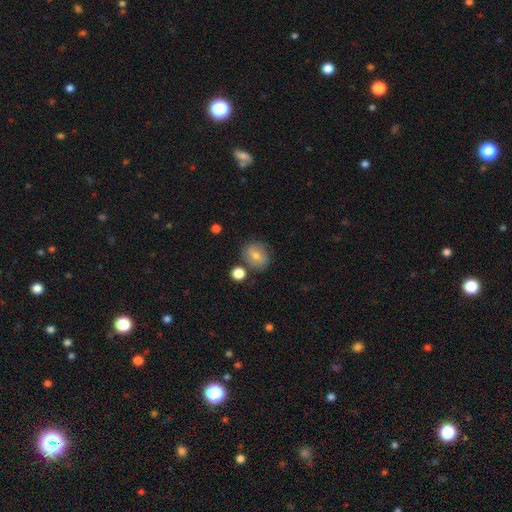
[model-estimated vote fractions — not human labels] smooth-or-featured: smooth: 73% | featured or disk: 18% | star or artifact: 10%
  how-rounded: round: 68% | in between: 31% | cigar-shaped: 1%
  merging: none: 73% | minor disturbance: 13% | merger: 9% | major disturbance: 4%